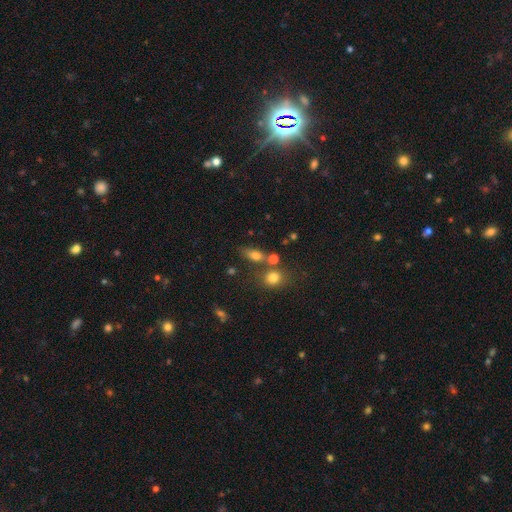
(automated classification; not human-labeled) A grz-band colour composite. It shows a smooth galaxy with no disk features (74%) that is in between round and cigar-shaped (70%). Merging: none (57%).